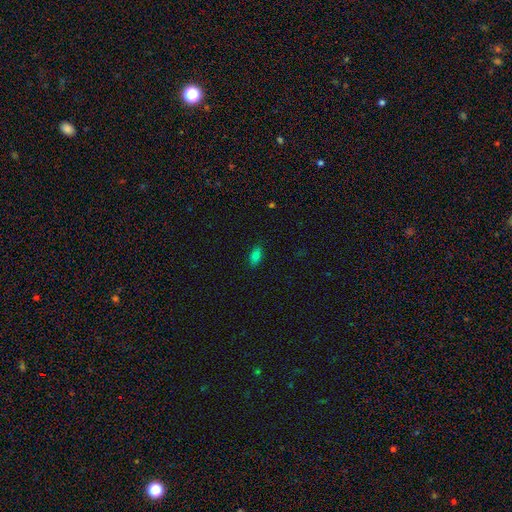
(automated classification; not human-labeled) Morphology: type=smooth (80%); roundness=in between (88%); merging=none (86%).